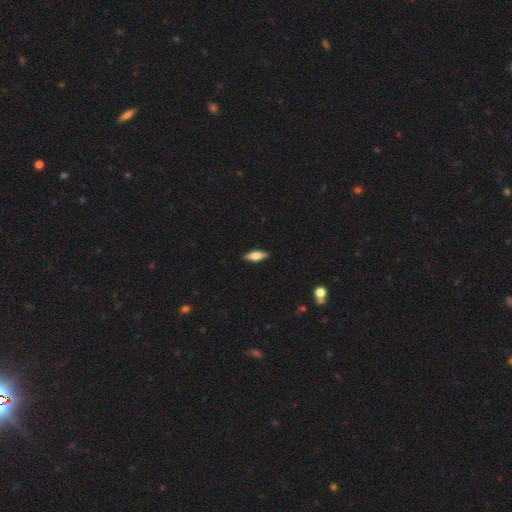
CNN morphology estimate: The model was most divided on "how rounded": in between: 59%, cigar-shaped: 38%, round: 3%. More confident: merging — none (90%); smooth or featured — smooth (61%).